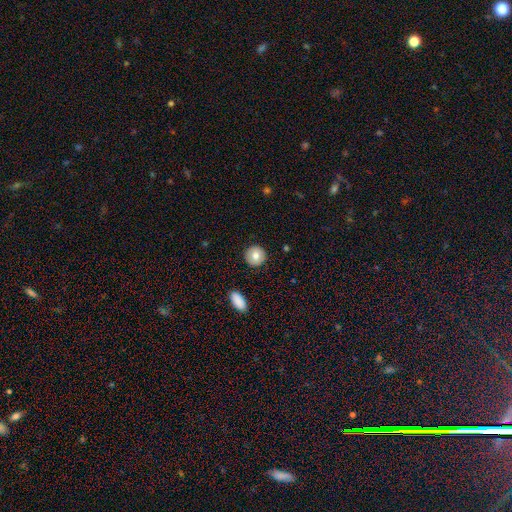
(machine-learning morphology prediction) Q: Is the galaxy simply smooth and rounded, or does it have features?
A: smooth — 79%.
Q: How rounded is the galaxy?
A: round — 93%.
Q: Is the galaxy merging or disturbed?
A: none — 90%.